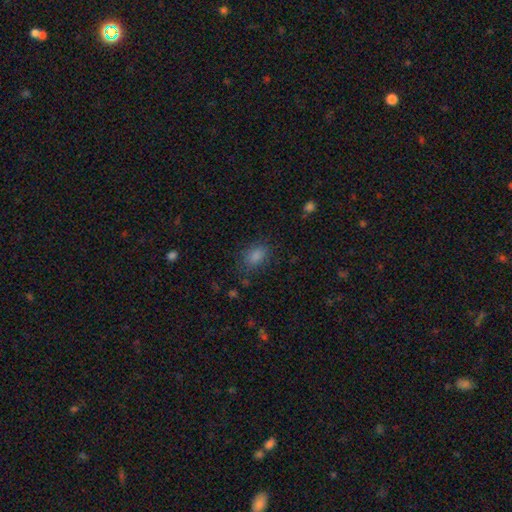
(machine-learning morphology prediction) This appears to be a smooth galaxy with no disk features (79%) that is in between round and cigar-shaped (78%). Merging: none (80%).